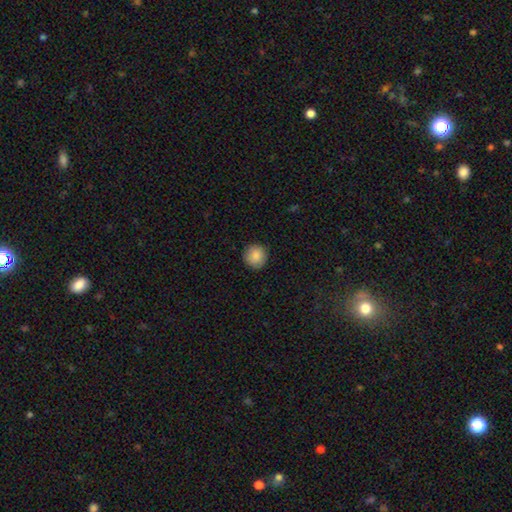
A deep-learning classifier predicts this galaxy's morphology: smooth 86%, star or artifact 8%, featured or disk 5%. Down the decision tree: how rounded — round (95%); merging — none (90%).